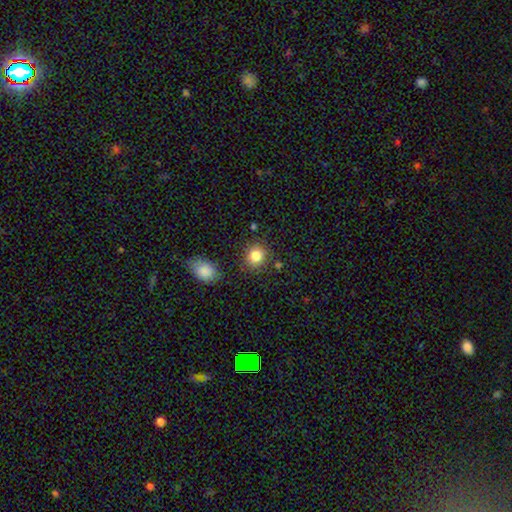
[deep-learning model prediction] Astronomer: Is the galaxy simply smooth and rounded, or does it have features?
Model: smooth — 84%.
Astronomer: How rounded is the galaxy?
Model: round — 76%.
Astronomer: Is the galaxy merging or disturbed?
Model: none — 82%.